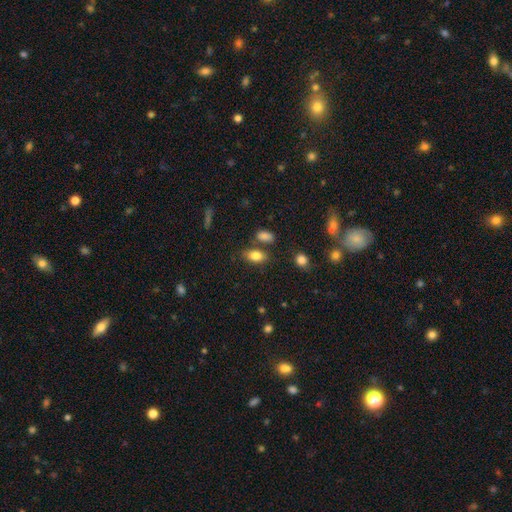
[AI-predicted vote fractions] This is clearly a smooth galaxy (82%). How rounded: clearly in between (89%). Merging: likely none (73%).